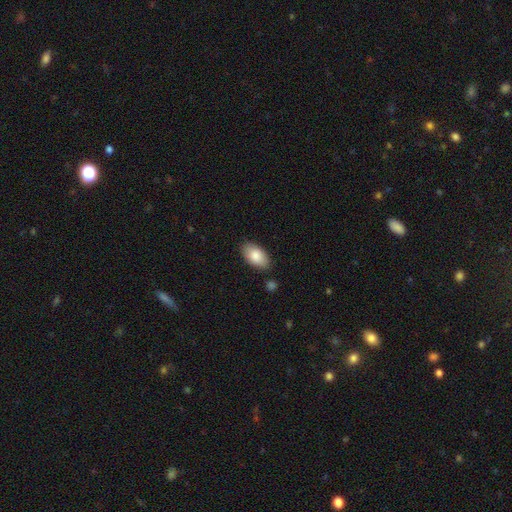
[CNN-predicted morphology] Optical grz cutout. It shows a smooth galaxy with no disk features (85%) that is in between round and cigar-shaped (94%). Merging: none (82%).